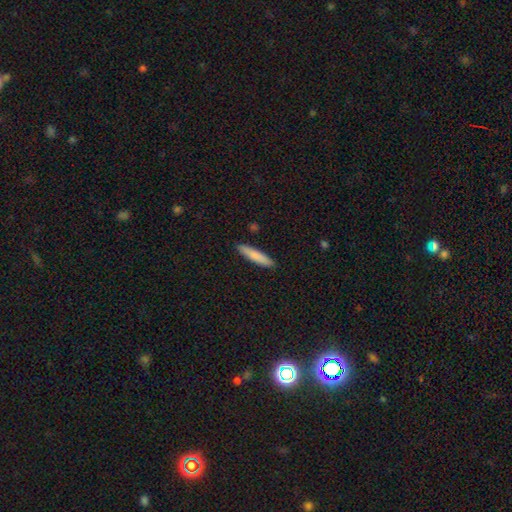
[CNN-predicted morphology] Smooth or featured?
  - smooth: 81% *
  - featured or disk: 13%
  - star or artifact: 6%
How rounded?
  - cigar-shaped: 88% *
  - in between: 11%
  - round: 1%
Merging?
  - none: 90% *
  - minor disturbance: 7%
  - major disturbance: 1%
  - merger: 1%